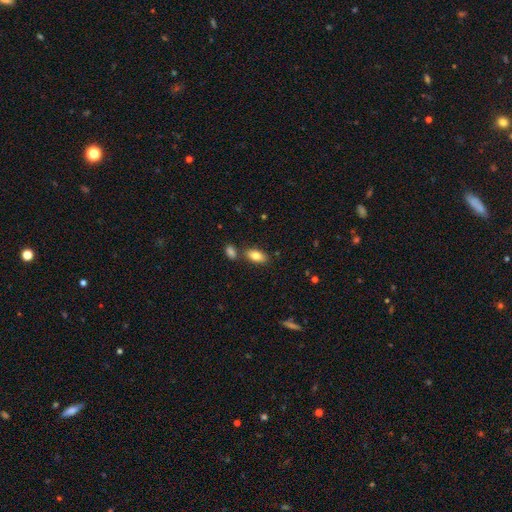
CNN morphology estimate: Q: Smooth or featured?
A: smooth (81%); runner-up: featured or disk (11%)
Q: How rounded?
A: in between (91%); runner-up: cigar-shaped (5%)
Q: Merging?
A: none (74%); runner-up: merger (12%)